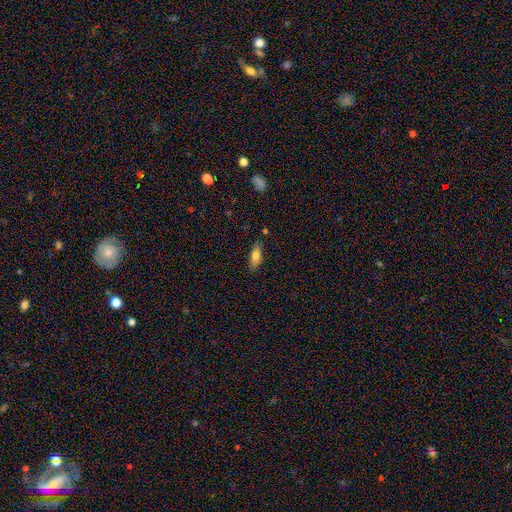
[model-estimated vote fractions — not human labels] A smooth galaxy with no disk features (77%) that is in between round and cigar-shaped (70%). Merging: none (80%).